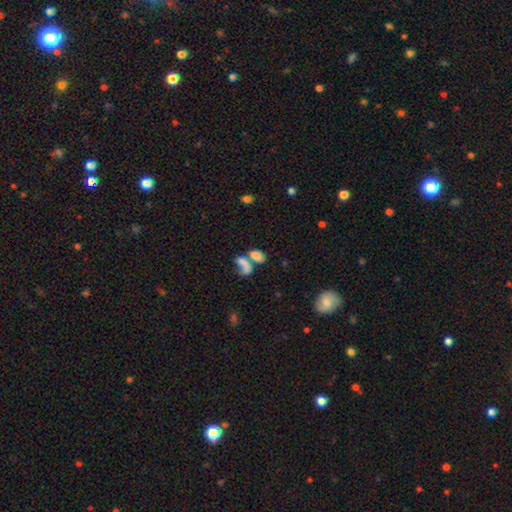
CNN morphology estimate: Q: Smooth or featured?
A: smooth (73%); runner-up: featured or disk (15%)
Q: How rounded?
A: in between (85%); runner-up: round (9%)
Q: Merging?
A: merger (58%); runner-up: none (25%)